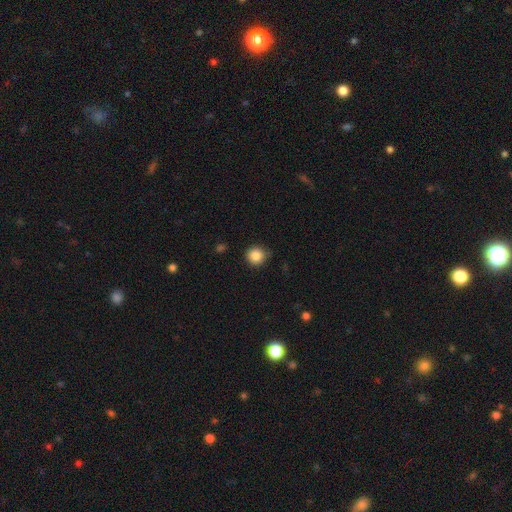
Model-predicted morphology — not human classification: This appears to be a smooth galaxy with no disk features (86%) that is round (93%). Merging: none (83%).